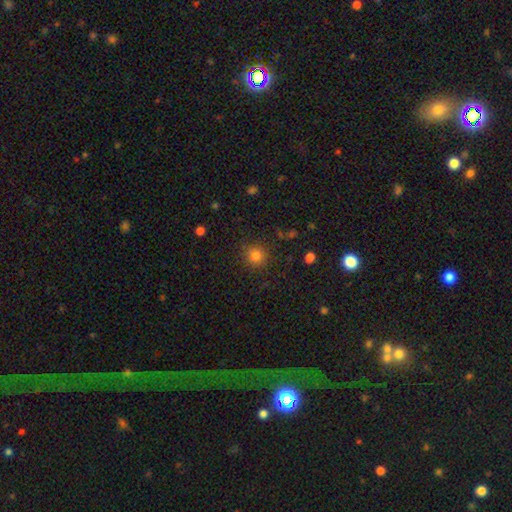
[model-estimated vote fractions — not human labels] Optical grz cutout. It shows a smooth galaxy with no disk features (81%) that is round (89%). Merging: none (85%).